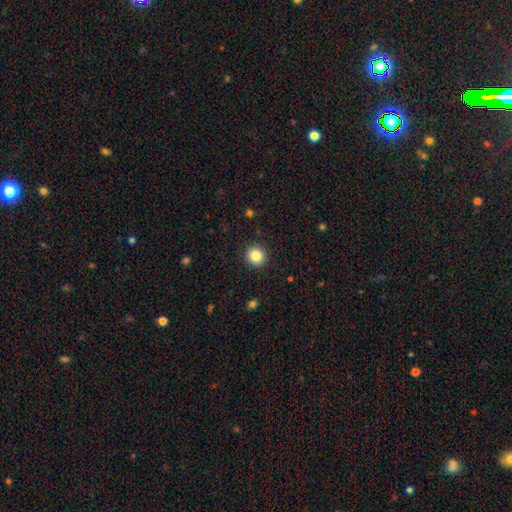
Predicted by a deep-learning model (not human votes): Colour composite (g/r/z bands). It shows a smooth galaxy with no disk features (85%) that is round (94%). Merging: none (92%).